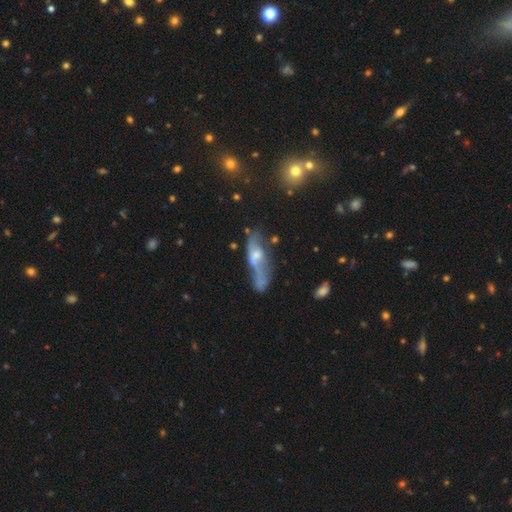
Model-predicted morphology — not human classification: This appears to be a featured or disk galaxy (52%). Merging: none (33%).